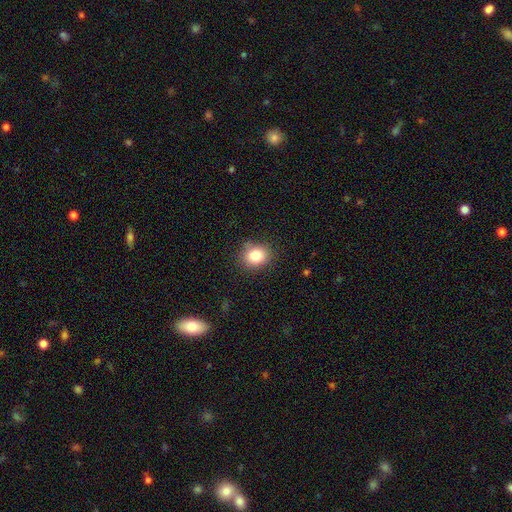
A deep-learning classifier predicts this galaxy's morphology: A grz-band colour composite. It shows a smooth galaxy with no disk features (83%) that is round (63%). Merging: none (82%).